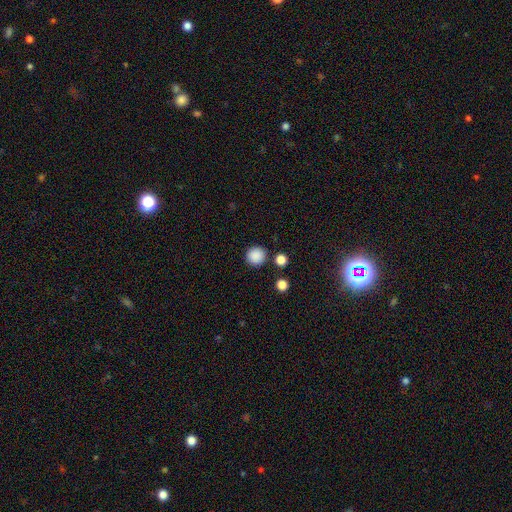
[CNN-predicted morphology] smooth_or_featured: smooth (p=0.88) [alt: star or artifact p=0.09]
how_rounded: round (p=0.93) [alt: in between p=0.06]
merging: none (p=0.87) [alt: minor disturbance p=0.07]